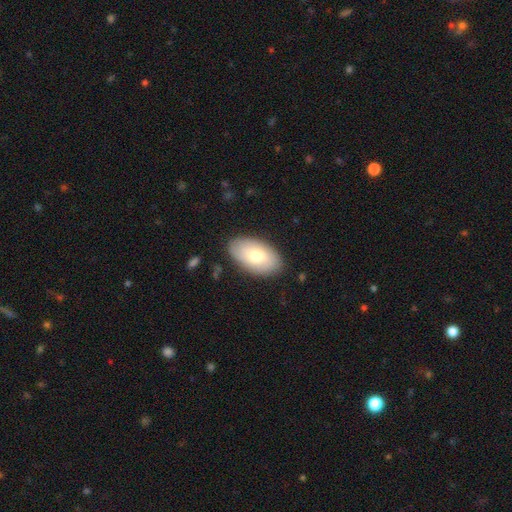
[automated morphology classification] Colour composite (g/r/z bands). It shows a smooth galaxy with no disk features (71%) that is in between round and cigar-shaped (95%). Merging: none (85%).